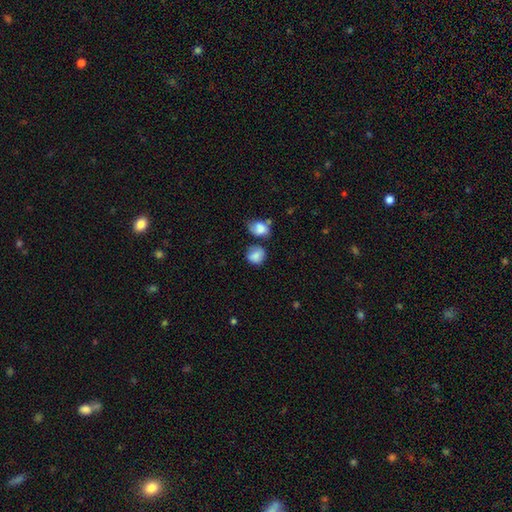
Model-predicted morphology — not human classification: Smooth or featured? smooth (80%)
How rounded? round (73%)
Merging? none (57%)